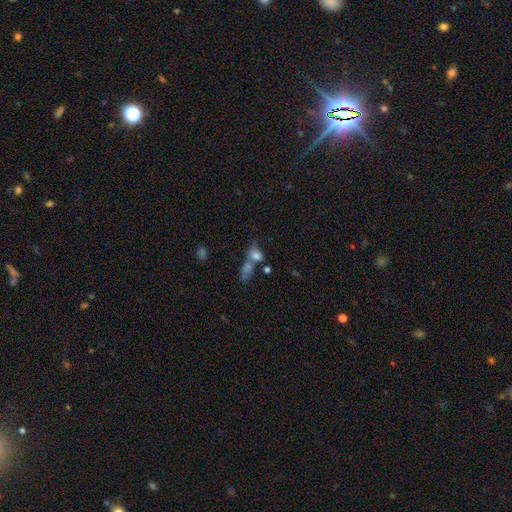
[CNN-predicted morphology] smooth 69%, featured or disk 18%, star or artifact 13%. Down the decision tree: how rounded — in between (65%); merging — merger (51%).